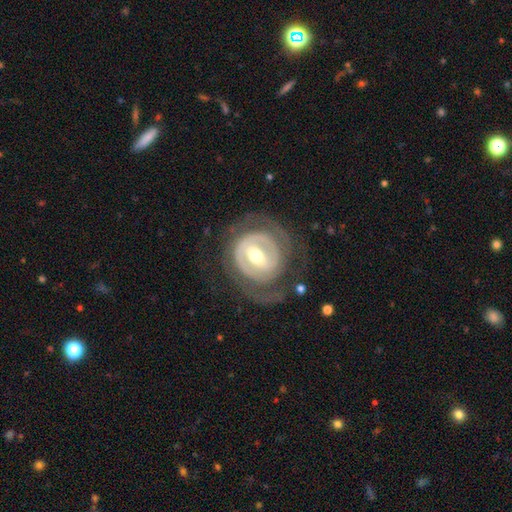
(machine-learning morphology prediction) type=featured or disk (83%); edge-on=no (96%); bar=strong (43%); spiral arms=yes (75%); winding=tight (63%); arm count=2 (52%); bulge=moderate (70%); merging=none (66%).